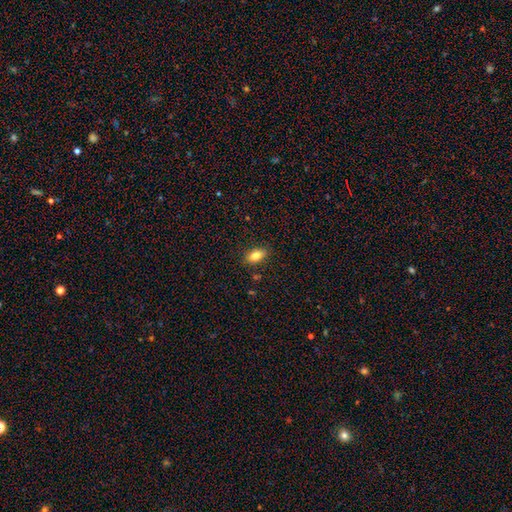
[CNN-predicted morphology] type=smooth (80%); roundness=in between (89%); merging=none (86%).